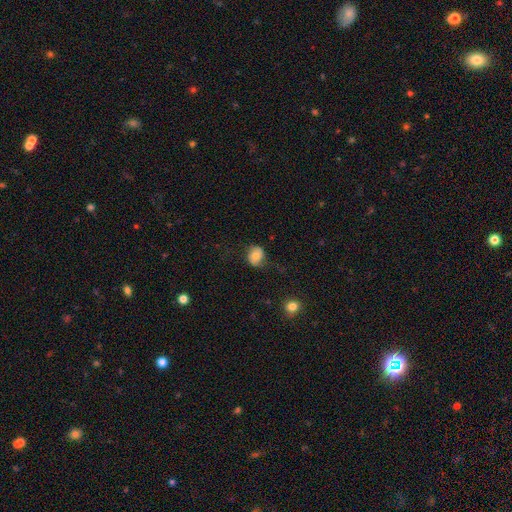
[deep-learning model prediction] Morphology: type=smooth (66%); roundness=round (62%); merging=none (69%).